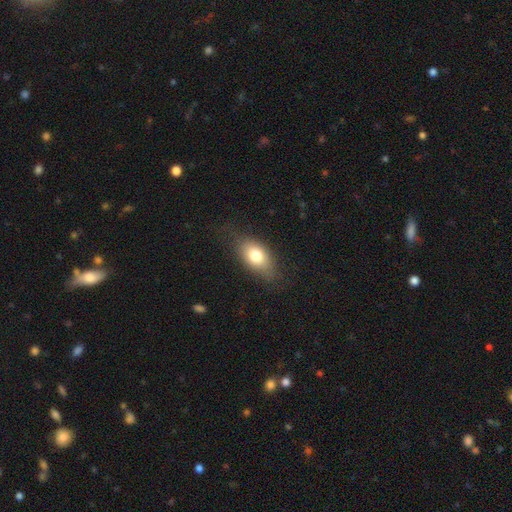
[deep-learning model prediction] Overall: smooth (76%). How rounded: in between (86%). Merging: none (73%).